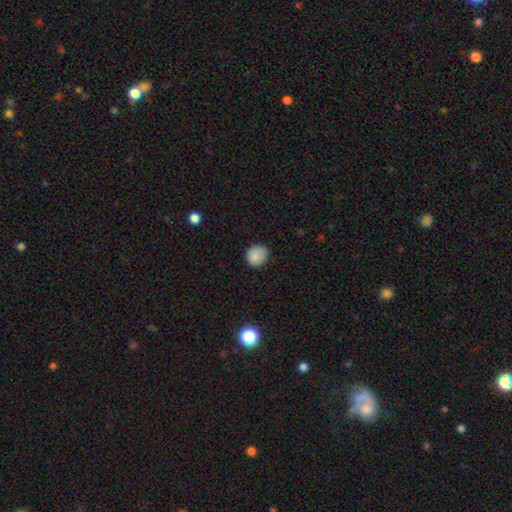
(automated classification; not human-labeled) Smooth or featured? Predicted: smooth (p=0.85). How rounded? Predicted: round (p=0.80). Merging? Predicted: none (p=0.78).